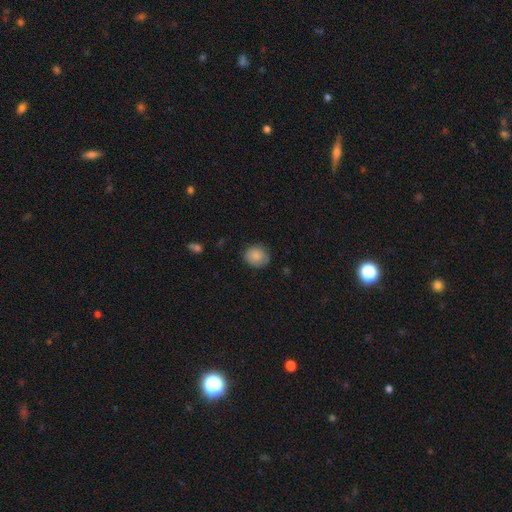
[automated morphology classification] A smooth galaxy with no disk features (85%) that is round (75%). Merging: none (80%).